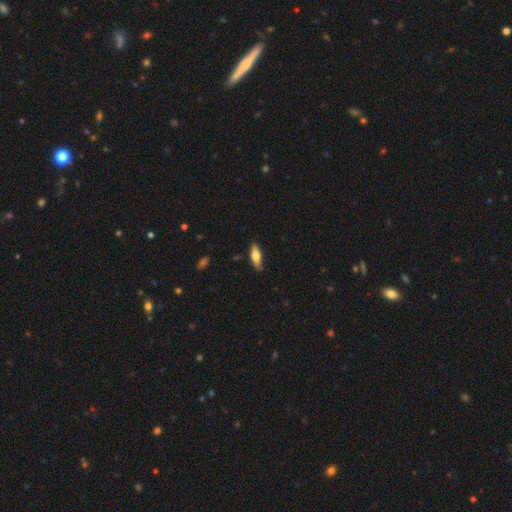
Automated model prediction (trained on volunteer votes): smooth_or_featured: smooth (p=0.66) [alt: featured or disk p=0.28]
how_rounded: in between (p=0.54) [alt: cigar-shaped p=0.43]
merging: none (p=0.79) [alt: minor disturbance p=0.17]